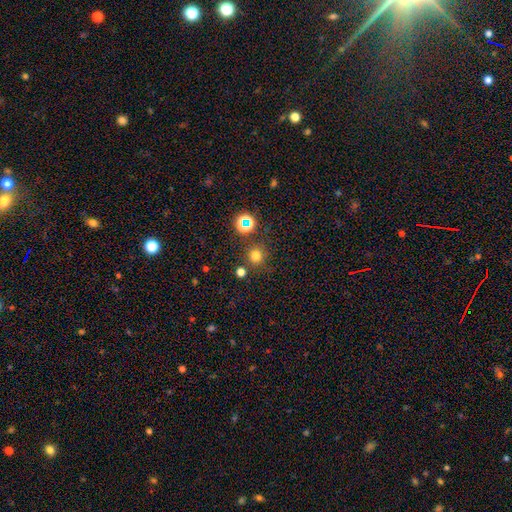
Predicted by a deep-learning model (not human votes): Smooth or featured?
  - smooth: 72% *
  - star or artifact: 22%
  - featured or disk: 6%
How rounded?
  - round: 94% *
  - in between: 5%
  - cigar-shaped: 1%
Merging?
  - none: 82% *
  - minor disturbance: 8%
  - merger: 7%
  - major disturbance: 4%